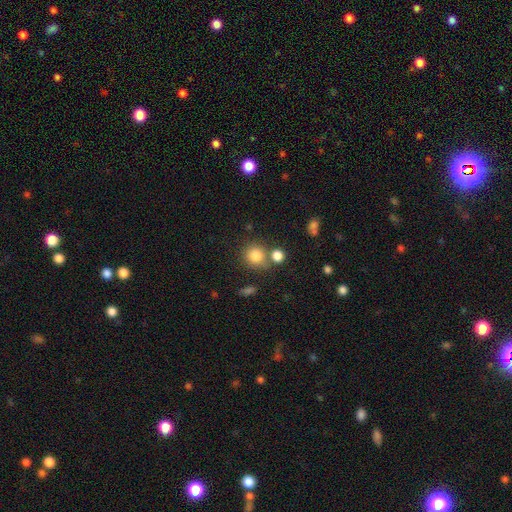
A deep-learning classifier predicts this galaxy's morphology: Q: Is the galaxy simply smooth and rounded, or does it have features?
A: smooth — 81%.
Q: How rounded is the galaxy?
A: round — 87%.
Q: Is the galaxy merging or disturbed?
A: none — 66%.